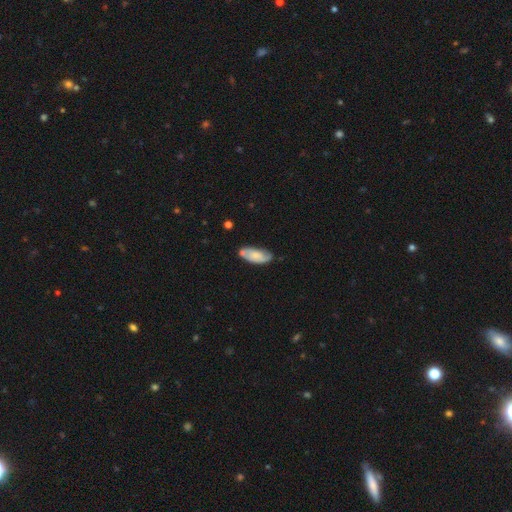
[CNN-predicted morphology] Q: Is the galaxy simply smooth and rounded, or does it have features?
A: smooth — 62%.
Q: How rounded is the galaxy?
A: in between — 83%.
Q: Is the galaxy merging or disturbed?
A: none — 61%.